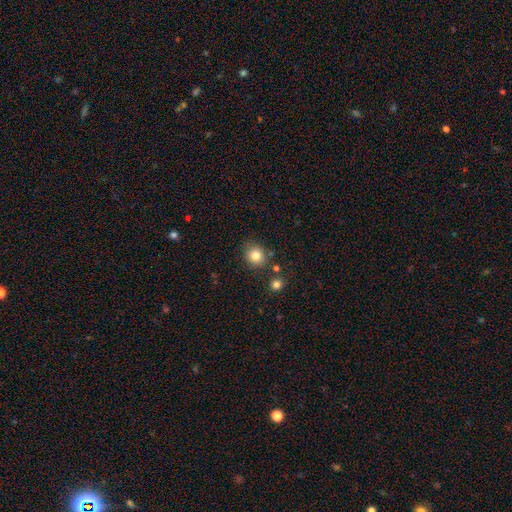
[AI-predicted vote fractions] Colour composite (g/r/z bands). It shows a smooth galaxy with no disk features (83%) that is round (78%). Merging: none (79%).